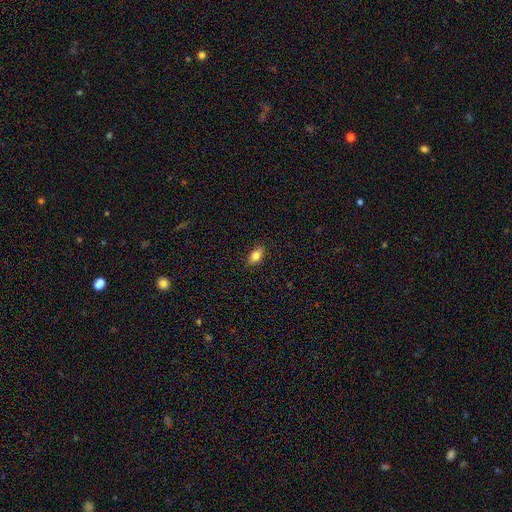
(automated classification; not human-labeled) Smooth or featured? smooth (78%)
How rounded? in between (85%)
Merging? none (86%)